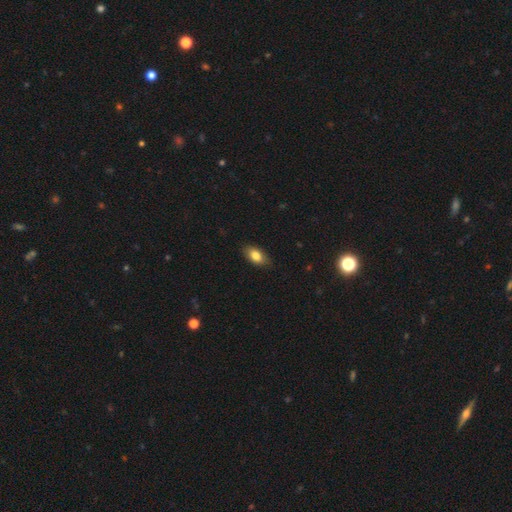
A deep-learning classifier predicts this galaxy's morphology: A smooth galaxy with no disk features (82%) that is in between round and cigar-shaped (90%).

Vote fractions:
- Smooth or featured? smooth: 82% / featured or disk: 11% / star or artifact: 7%
- How rounded? in between: 90% / round: 5% / cigar-shaped: 5%
- Merging? none: 85% / minor disturbance: 12% / major disturbance: 2% / merger: 1%